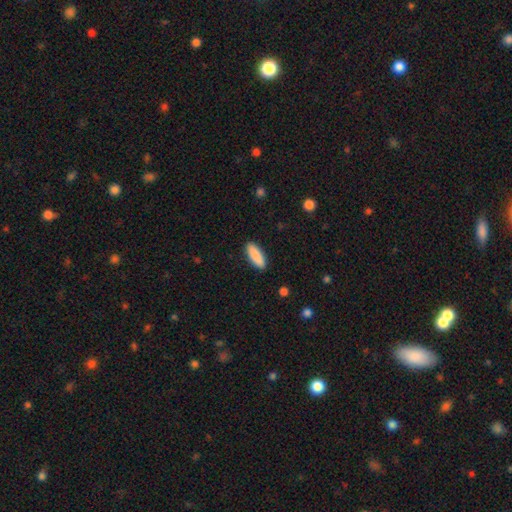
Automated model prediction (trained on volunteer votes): smooth_or_featured: smooth (p=0.89) [alt: featured or disk p=0.06]
how_rounded: in between (p=0.56) [alt: cigar-shaped p=0.43]
merging: none (p=0.90) [alt: minor disturbance p=0.07]